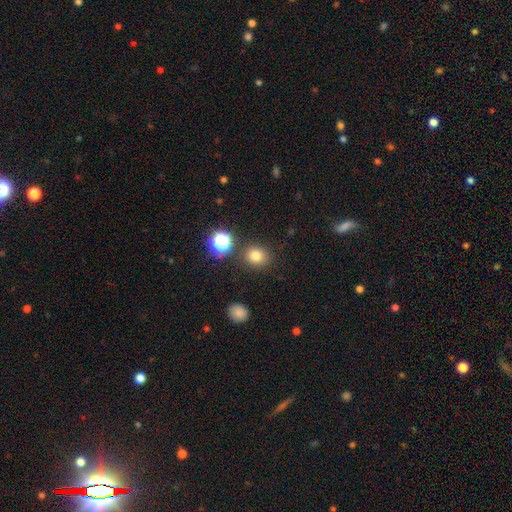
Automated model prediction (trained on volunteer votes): Smooth or featured? smooth (78%)
How rounded? round (77%)
Merging? none (84%)